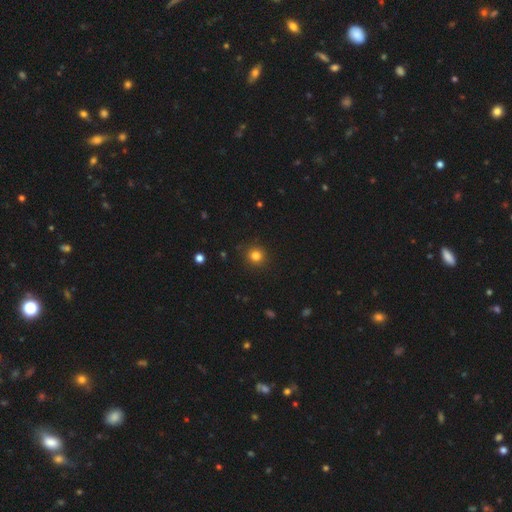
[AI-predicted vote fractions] The model was most divided on "smooth or featured": smooth: 82%, star or artifact: 13%, featured or disk: 5%. More confident: how rounded — round (94%); merging — none (91%).